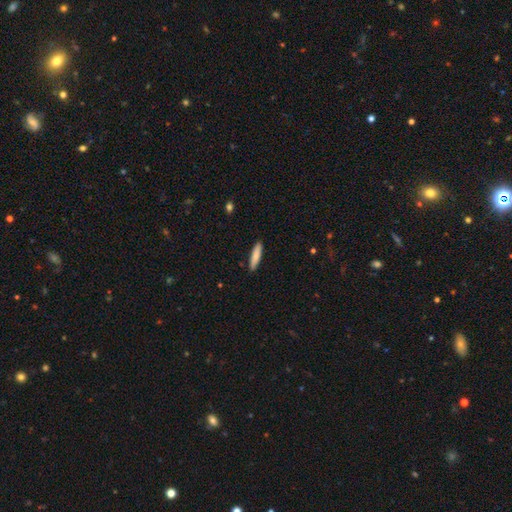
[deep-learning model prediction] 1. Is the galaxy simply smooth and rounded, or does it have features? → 83% smooth, 11% featured or disk, 5% star or artifact.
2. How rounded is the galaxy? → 82% cigar-shaped, 17% in between, 1% round.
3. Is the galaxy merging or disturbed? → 90% none, 8% minor disturbance, 2% major disturbance, 1% merger.